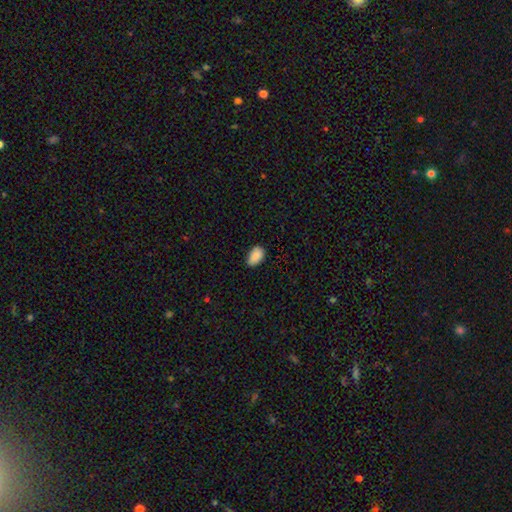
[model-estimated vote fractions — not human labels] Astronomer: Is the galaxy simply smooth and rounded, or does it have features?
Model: smooth — 89%.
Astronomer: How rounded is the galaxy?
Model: in between — 91%.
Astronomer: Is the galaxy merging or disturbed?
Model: none — 76%.